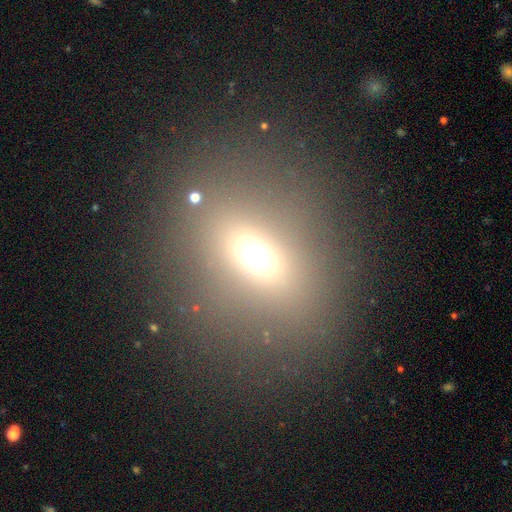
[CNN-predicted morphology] smooth 59%, star or artifact 24%, featured or disk 17%. Down the decision tree: how rounded — in between (51%); merging — none (79%).